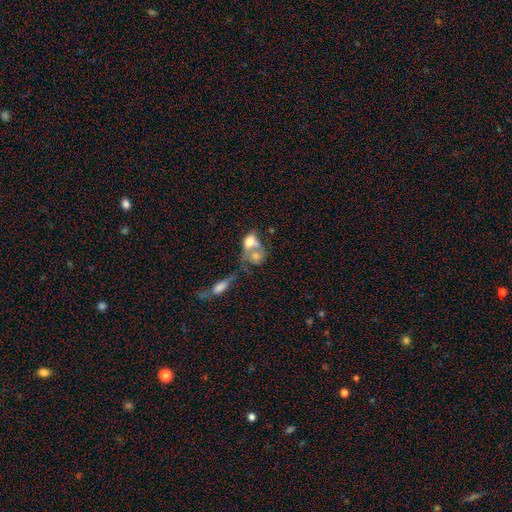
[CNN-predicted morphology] smooth 56%, featured or disk 34%, star or artifact 10%. Down the decision tree: how rounded — in between (61%); merging — merger (69%).